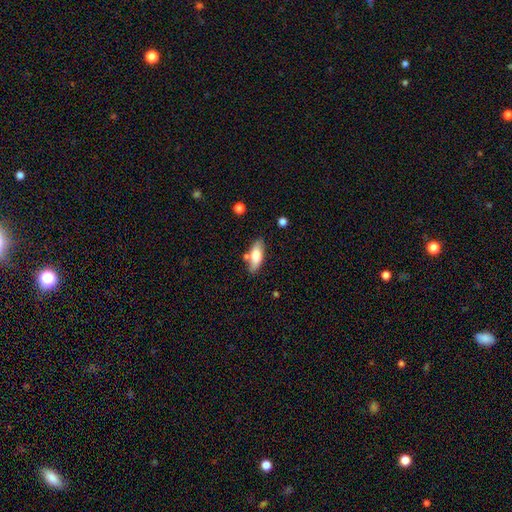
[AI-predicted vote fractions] Smooth or featured? smooth (73%)
How rounded? in between (75%)
Merging? none (73%)